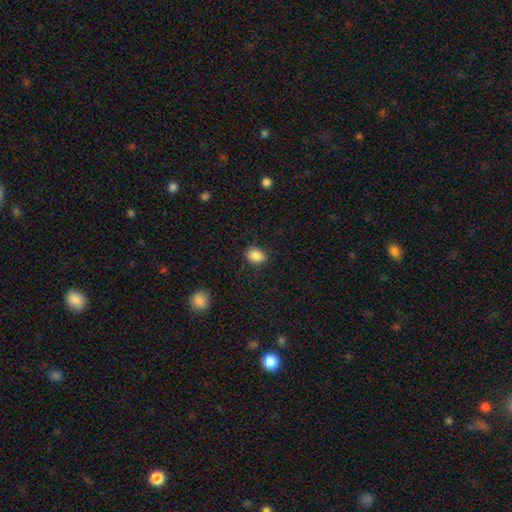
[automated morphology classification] smooth_or_featured: smooth (p=0.88) [alt: star or artifact p=0.09]
how_rounded: in between (p=0.67) [alt: round p=0.32]
merging: none (p=0.86) [alt: minor disturbance p=0.10]